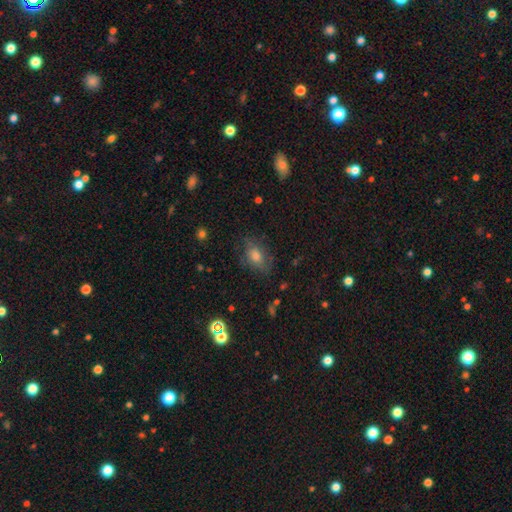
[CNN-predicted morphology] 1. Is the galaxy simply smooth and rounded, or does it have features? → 54% smooth, 27% featured or disk, 19% star or artifact.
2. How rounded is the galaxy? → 76% in between, 22% round, 2% cigar-shaped.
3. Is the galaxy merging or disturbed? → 73% none, 18% minor disturbance, 8% major disturbance, 2% merger.